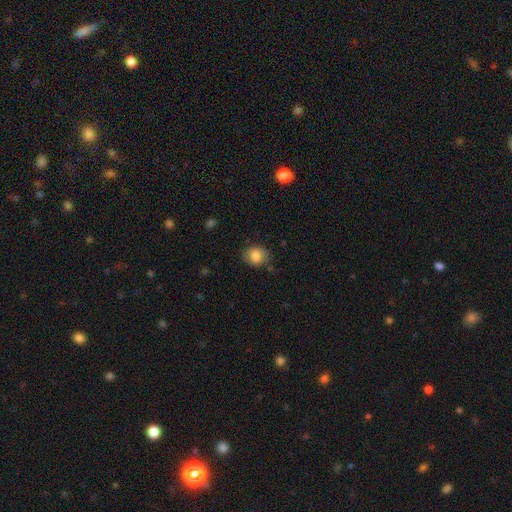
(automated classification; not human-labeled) smooth-or-featured: smooth: 82% | star or artifact: 9% | featured or disk: 9%
  how-rounded: round: 63% | in between: 36% | cigar-shaped: 1%
  merging: none: 78% | minor disturbance: 16% | major disturbance: 4% | merger: 2%